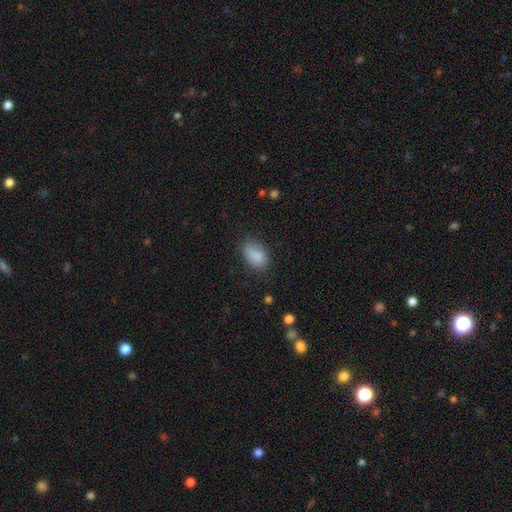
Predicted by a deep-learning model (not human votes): This appears to be a smooth galaxy with no disk features (87%) that is in between round and cigar-shaped (89%). Merging: none (71%).